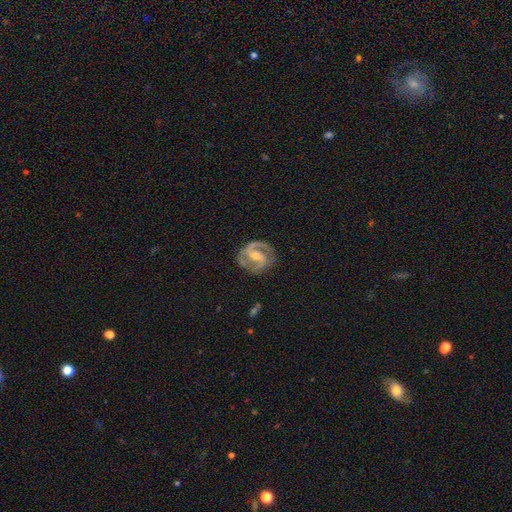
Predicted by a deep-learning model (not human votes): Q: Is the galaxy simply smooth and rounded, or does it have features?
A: featured or disk — 90%.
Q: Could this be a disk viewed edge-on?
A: no — 98%.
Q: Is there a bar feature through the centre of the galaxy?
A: weak — 45%.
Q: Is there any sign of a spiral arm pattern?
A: yes — 97%.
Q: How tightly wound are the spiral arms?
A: medium — 57%.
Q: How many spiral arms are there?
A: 2 — 91%.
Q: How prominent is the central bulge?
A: moderate — 52%.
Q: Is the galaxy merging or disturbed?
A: none — 78%.